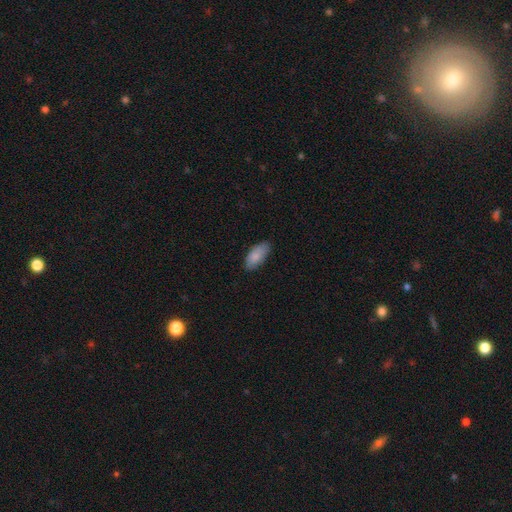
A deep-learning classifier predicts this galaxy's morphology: Smooth or featured: smooth — 84% (featured or disk — 10%)
How rounded: in between — 90% (cigar-shaped — 8%)
Merging: none — 79% (minor disturbance — 17%)